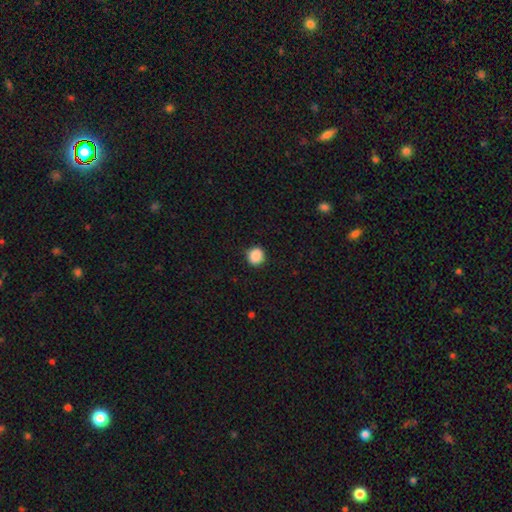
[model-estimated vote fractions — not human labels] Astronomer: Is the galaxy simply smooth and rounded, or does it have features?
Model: smooth — 89%.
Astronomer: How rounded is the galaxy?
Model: round — 90%.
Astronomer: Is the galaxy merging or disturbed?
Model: none — 89%.